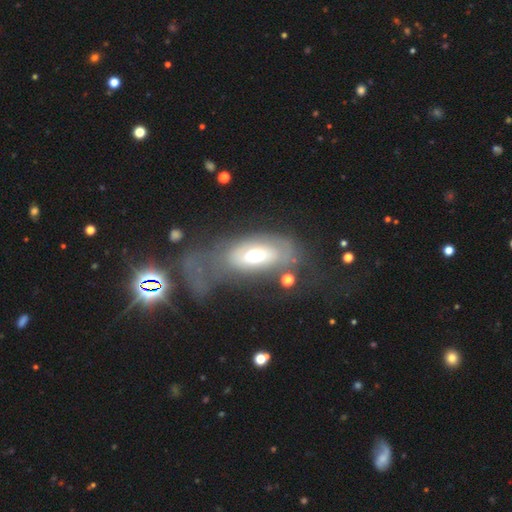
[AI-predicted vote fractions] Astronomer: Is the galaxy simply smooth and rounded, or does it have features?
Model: featured or disk — 56% (runner-up: smooth, 35%).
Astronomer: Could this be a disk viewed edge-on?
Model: no — 88%.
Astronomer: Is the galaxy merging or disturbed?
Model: major disturbance — 45% (runner-up: none, 27%).